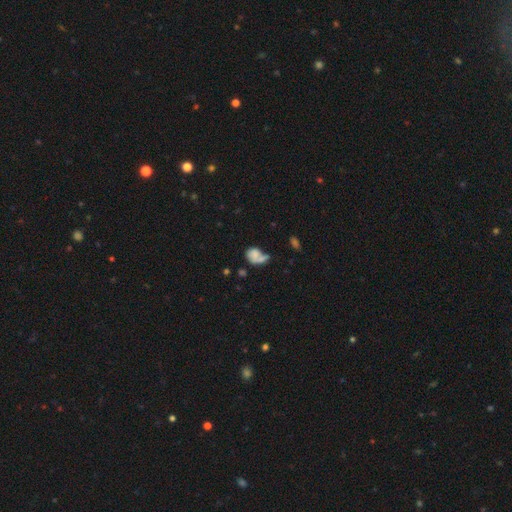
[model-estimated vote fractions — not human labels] Morphology: type=smooth (67%); roundness=in between (58%); merging=merger (40%).